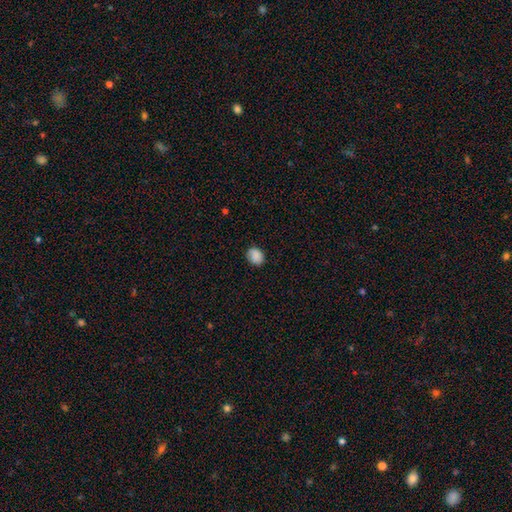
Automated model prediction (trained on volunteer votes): The model was most divided on "how rounded": round: 54%, in between: 46%, cigar-shaped: 1%. More confident: smooth or featured — smooth (85%); merging — none (77%).